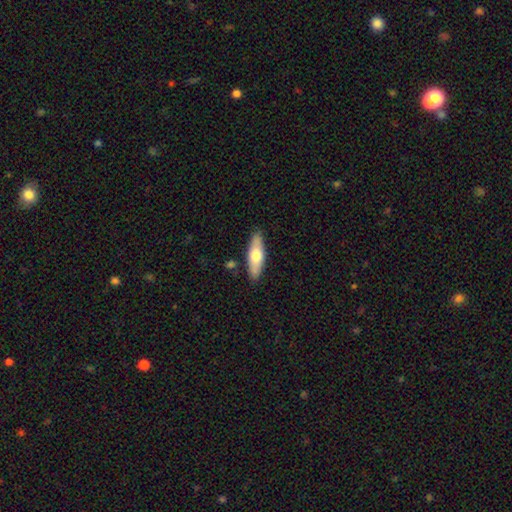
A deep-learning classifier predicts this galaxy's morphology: smooth 63%, featured or disk 32%, star or artifact 5%. Down the decision tree: how rounded — in between (53%); merging — none (86%).